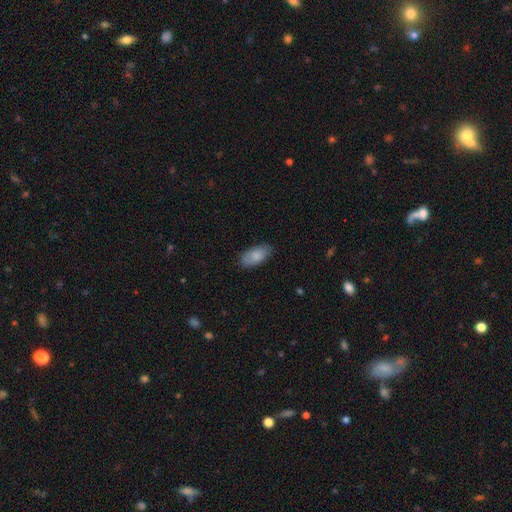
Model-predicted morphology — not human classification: A smooth galaxy with no disk features (85%) that is in between round and cigar-shaped (92%). Merging: none (80%).